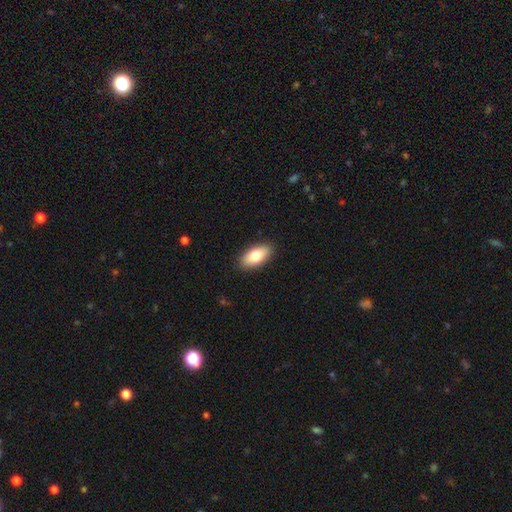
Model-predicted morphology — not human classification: smooth 78%, featured or disk 15%, star or artifact 6%. Down the decision tree: how rounded — in between (89%); merging — none (90%).